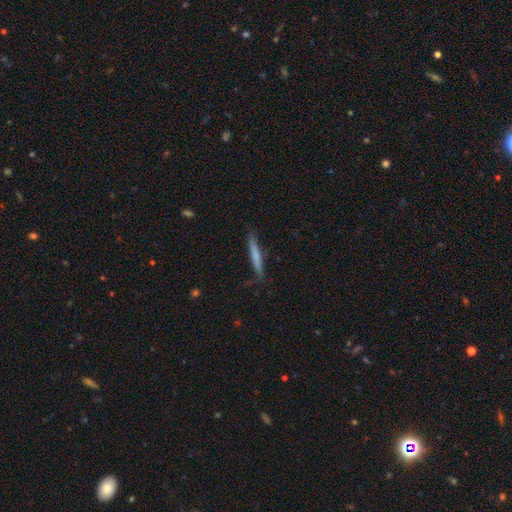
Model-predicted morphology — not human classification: smooth 67%, featured or disk 27%, star or artifact 6%. Down the decision tree: how rounded — cigar-shaped (95%); merging — none (84%).